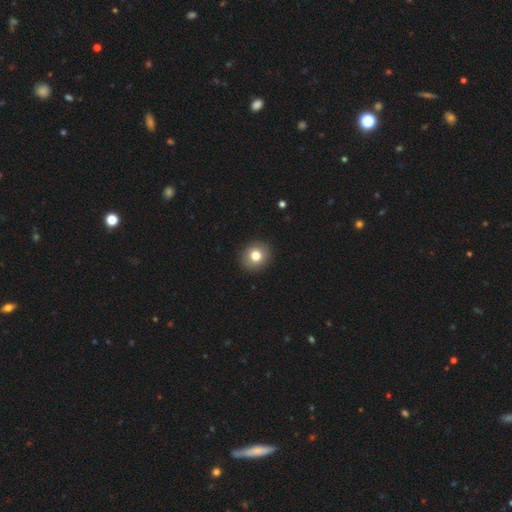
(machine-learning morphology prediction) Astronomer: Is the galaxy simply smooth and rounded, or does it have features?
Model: smooth — 79%.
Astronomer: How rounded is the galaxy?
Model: round — 81%.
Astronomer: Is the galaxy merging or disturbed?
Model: none — 92%.